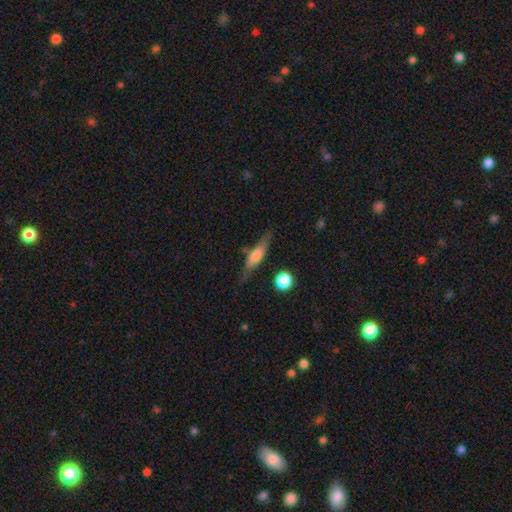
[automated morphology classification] Smooth or featured? smooth (48%)
Merging? none (72%)